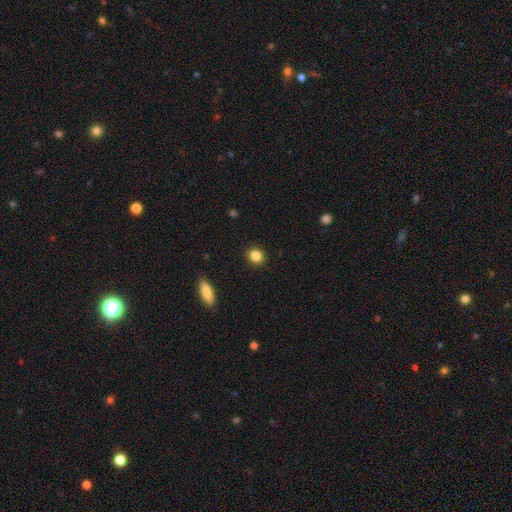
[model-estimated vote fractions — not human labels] This appears to be a smooth galaxy with no disk features (85%) that is round (87%). Merging: none (91%).